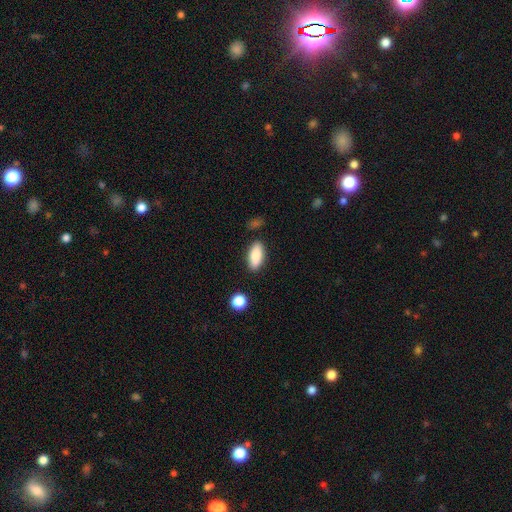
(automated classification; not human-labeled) smooth_or_featured: smooth (p=0.85) [alt: featured or disk p=0.09]
how_rounded: in between (p=0.85) [alt: cigar-shaped p=0.12]
merging: none (p=0.84) [alt: minor disturbance p=0.10]